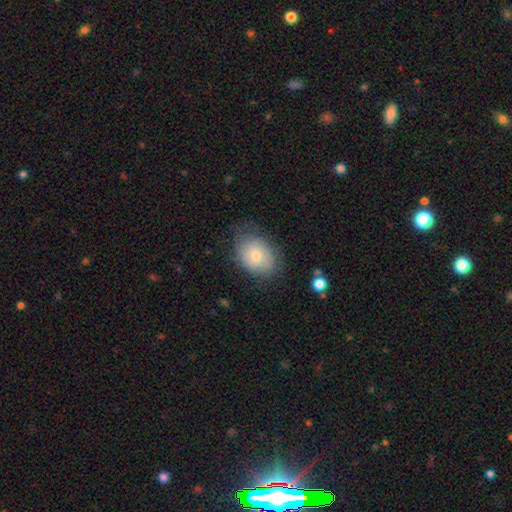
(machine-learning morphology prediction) A smooth galaxy with no disk features (63%) that is in between round and cigar-shaped (62%). Merging: none (66%).